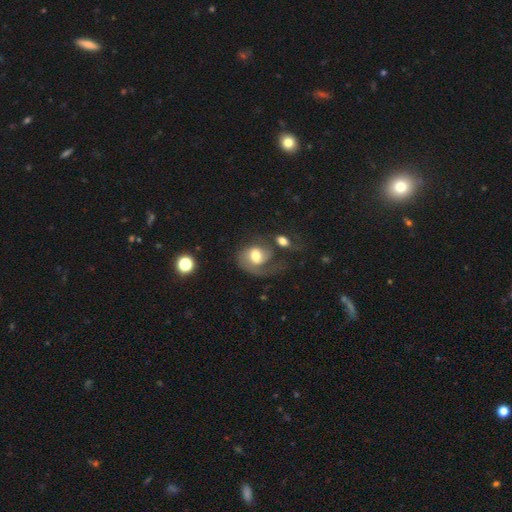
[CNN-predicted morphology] type=featured or disk (59%); edge-on=no (97%); bar=no (58%); spiral arms=yes (84%); bulge=moderate (55%); merging=major disturbance (41%).